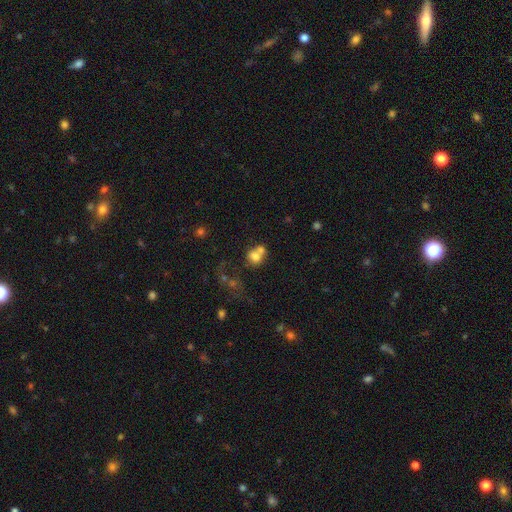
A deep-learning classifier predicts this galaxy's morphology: Smooth or featured? Predicted: smooth (p=0.70). How rounded? Predicted: round (p=0.63). Merging? Predicted: merger (p=0.57).